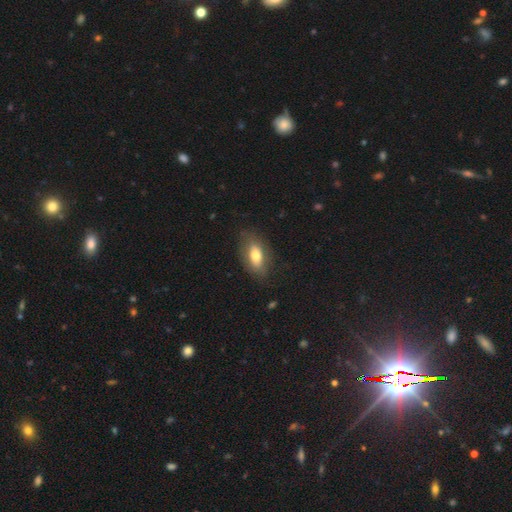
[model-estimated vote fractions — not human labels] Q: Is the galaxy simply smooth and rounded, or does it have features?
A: smooth — 69%.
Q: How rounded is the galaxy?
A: in between — 87%.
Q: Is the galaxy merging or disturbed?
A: none — 76%.